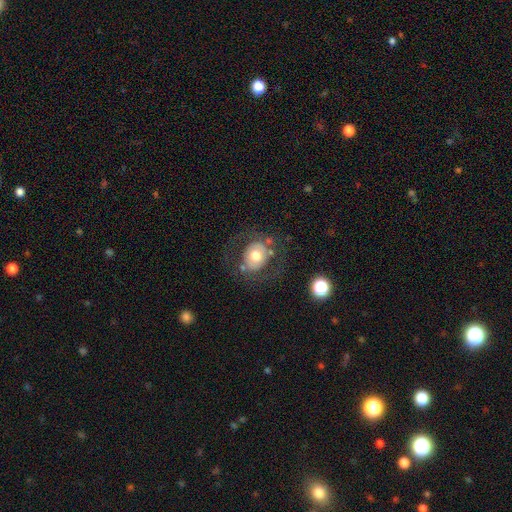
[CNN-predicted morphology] Smooth or featured? smooth (51%)
How rounded? round (61%)
Merging? none (64%)